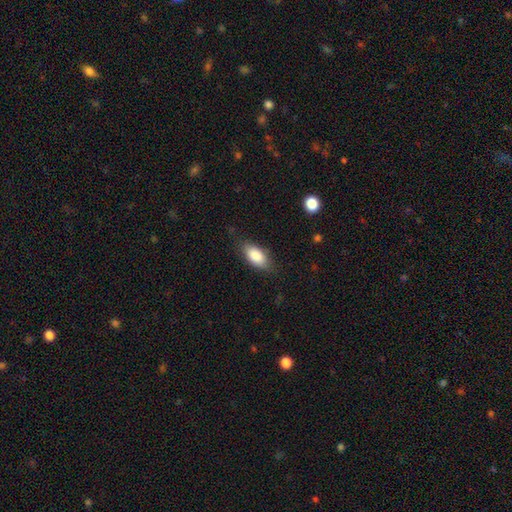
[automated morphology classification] Q: Smooth or featured?
A: smooth (86%); runner-up: featured or disk (7%)
Q: How rounded?
A: in between (90%); runner-up: cigar-shaped (7%)
Q: Merging?
A: none (79%); runner-up: minor disturbance (16%)